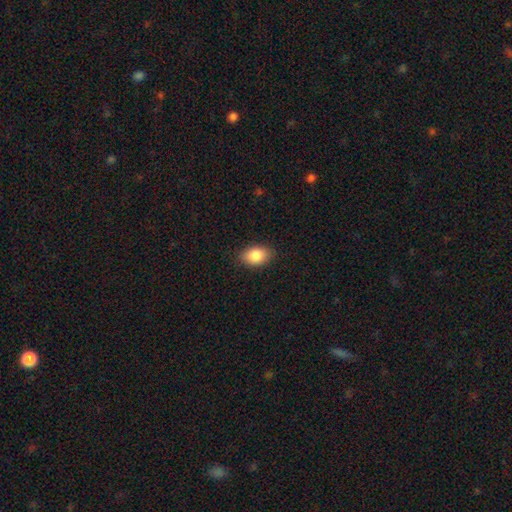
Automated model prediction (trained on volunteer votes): Smooth or featured? Predicted: smooth (p=0.87). How rounded? Predicted: in between (p=0.89). Merging? Predicted: none (p=0.88).